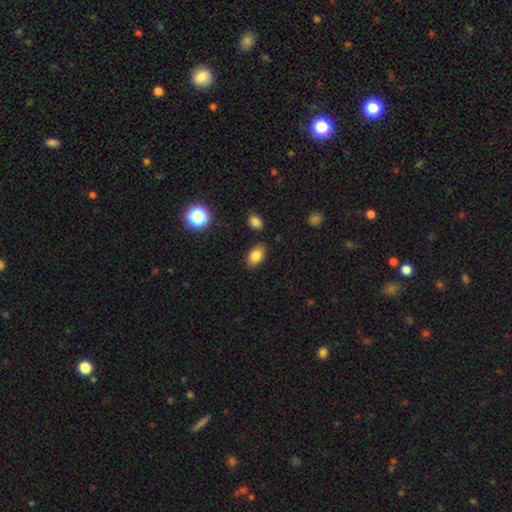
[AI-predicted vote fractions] Smooth or featured: smooth — 82% (star or artifact — 10%)
How rounded: in between — 88% (round — 11%)
Merging: none — 84% (minor disturbance — 11%)